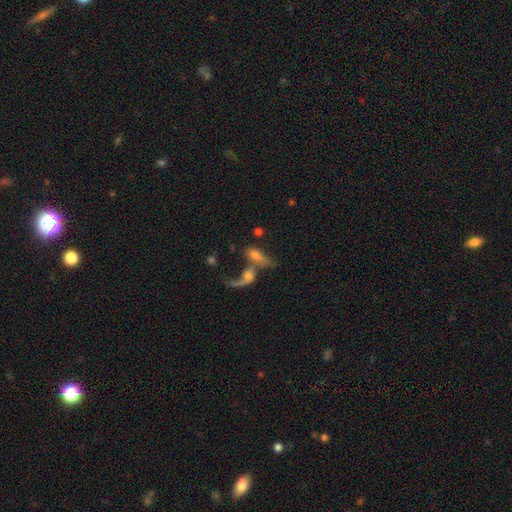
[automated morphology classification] Smooth or featured: smooth — 53% (featured or disk — 37%)
How rounded: in between — 67% (cigar-shaped — 23%)
Merging: merger — 61% (none — 19%)